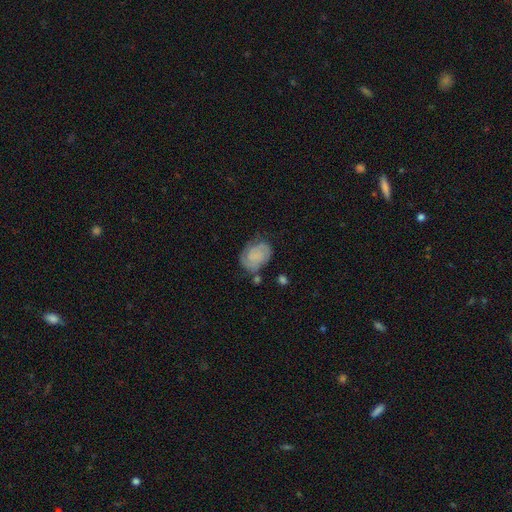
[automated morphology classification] Q: Smooth or featured?
A: featured or disk (64%); runner-up: smooth (28%)
Q: Edge-on disk?
A: no (98%); runner-up: yes (2%)
Q: Bar?
A: no (70%); runner-up: weak (25%)
Q: Spiral arms?
A: yes (92%); runner-up: no (8%)
Q: Spiral winding?
A: tight (58%); runner-up: medium (32%)
Q: Spiral arm count?
A: 2 (56%); runner-up: can't tell (19%)
Q: Bulge size?
A: none (53%); runner-up: small (31%)
Q: Merging?
A: none (63%); runner-up: minor disturbance (22%)